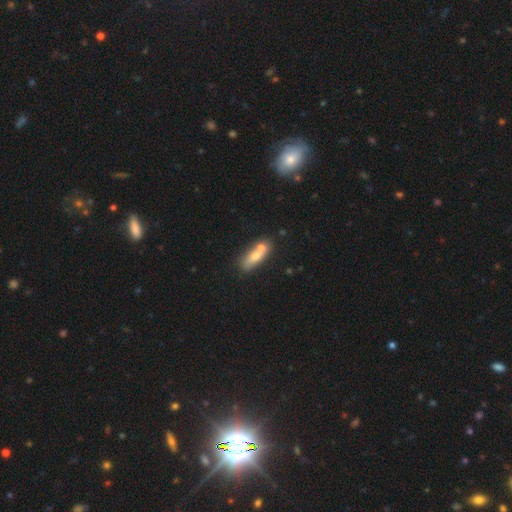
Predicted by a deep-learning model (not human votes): Q: Smooth or featured?
A: smooth (64%); runner-up: featured or disk (26%)
Q: How rounded?
A: in between (58%); runner-up: cigar-shaped (33%)
Q: Merging?
A: merger (46%); runner-up: none (38%)